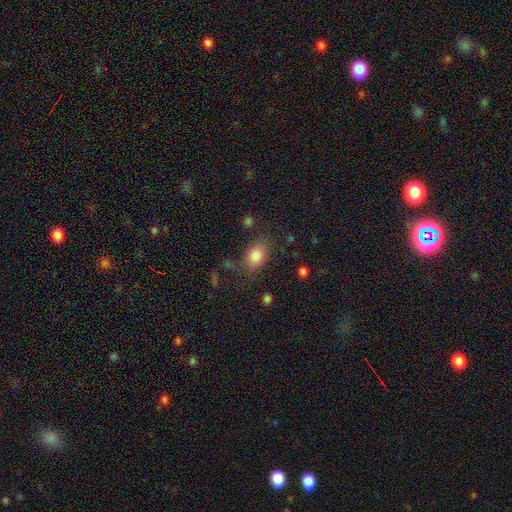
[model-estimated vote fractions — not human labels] Smooth or featured? Predicted: smooth (p=0.83). How rounded? Predicted: in between (p=0.71). Merging? Predicted: none (p=0.73).